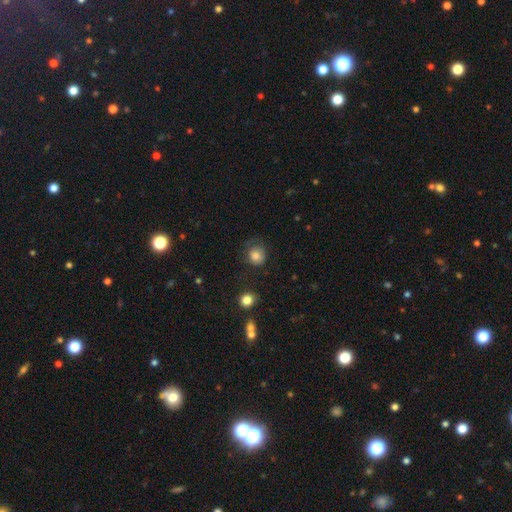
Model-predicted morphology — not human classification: smooth-or-featured: smooth: 82% | star or artifact: 10% | featured or disk: 8%
  how-rounded: round: 81% | in between: 18% | cigar-shaped: 1%
  merging: none: 58% | minor disturbance: 25% | major disturbance: 16% | merger: 2%